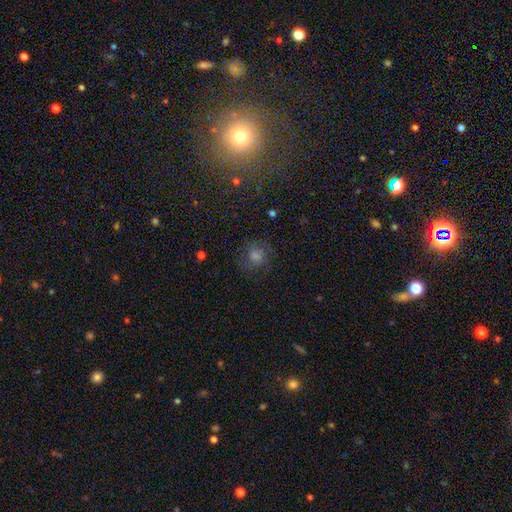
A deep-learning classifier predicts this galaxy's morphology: Smooth or featured?
  - smooth: 44% *
  - star or artifact: 30%
  - featured or disk: 26%
Merging?
  - none: 75% *
  - minor disturbance: 14%
  - major disturbance: 9%
  - merger: 2%